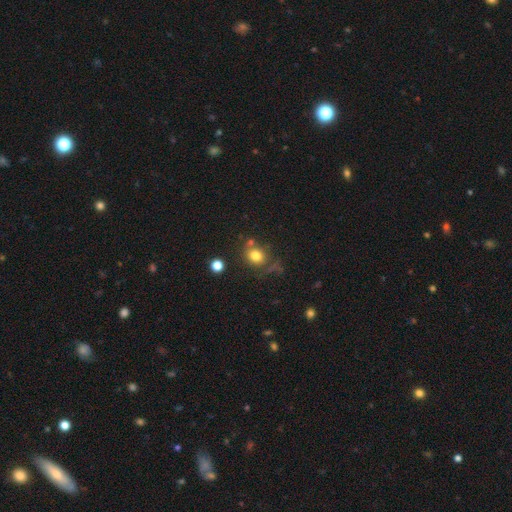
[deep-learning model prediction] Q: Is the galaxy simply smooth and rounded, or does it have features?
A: smooth — 79%.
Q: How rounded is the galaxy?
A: round — 74%.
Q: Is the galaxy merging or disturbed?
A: none — 65%.